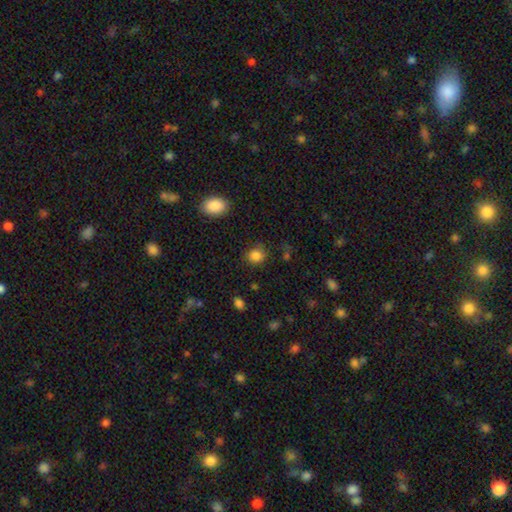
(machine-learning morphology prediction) Q: Smooth or featured?
A: smooth (85%); runner-up: star or artifact (11%)
Q: How rounded?
A: round (74%); runner-up: in between (25%)
Q: Merging?
A: none (78%); runner-up: minor disturbance (15%)